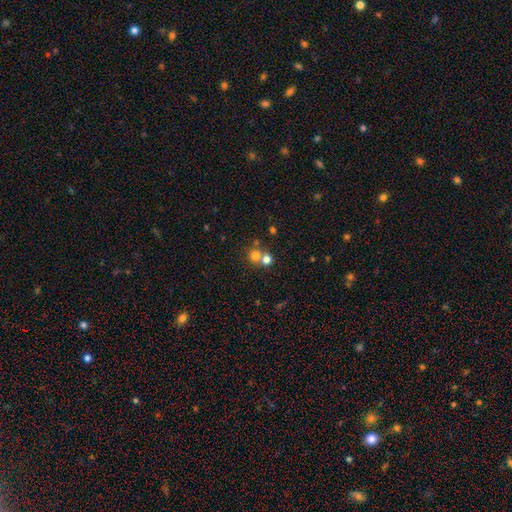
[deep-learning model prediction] Morphology: type=smooth (72%); roundness=round (89%); merging=none (51%).